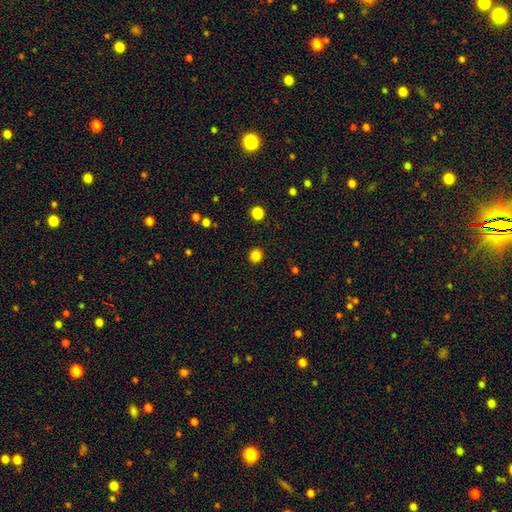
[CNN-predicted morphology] This appears to be a smooth galaxy with no disk features (83%) that is round (92%). Merging: none (92%).